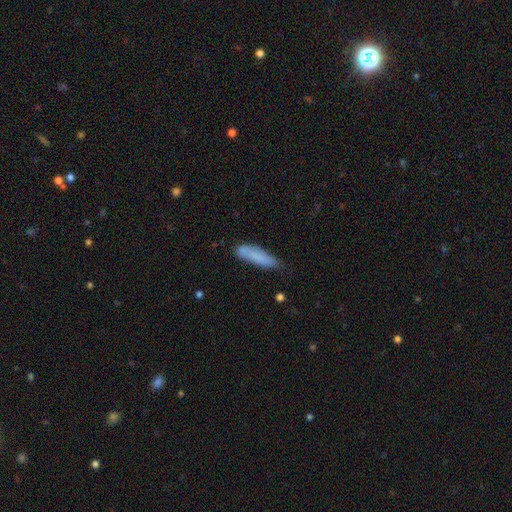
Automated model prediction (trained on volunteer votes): This is likely a smooth galaxy (79%). How rounded: likely cigar-shaped (74%). Merging: likely none (69%).